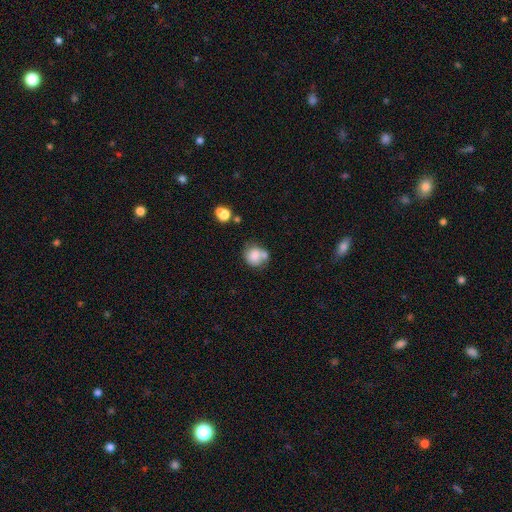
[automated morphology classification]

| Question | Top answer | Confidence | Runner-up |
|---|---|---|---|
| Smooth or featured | smooth | 74% | featured or disk (17%) |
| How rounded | round | 74% | in between (25%) |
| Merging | none | 39% | merger (35%) |